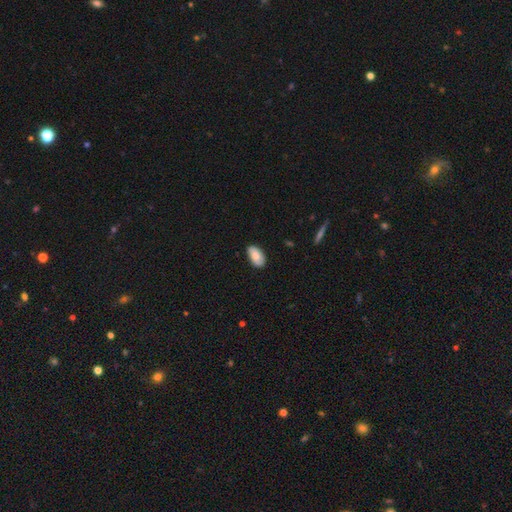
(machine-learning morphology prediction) The model was most divided on "smooth or featured": smooth: 76%, featured or disk: 18%, star or artifact: 7%. More confident: how rounded — in between (94%); merging — none (80%).